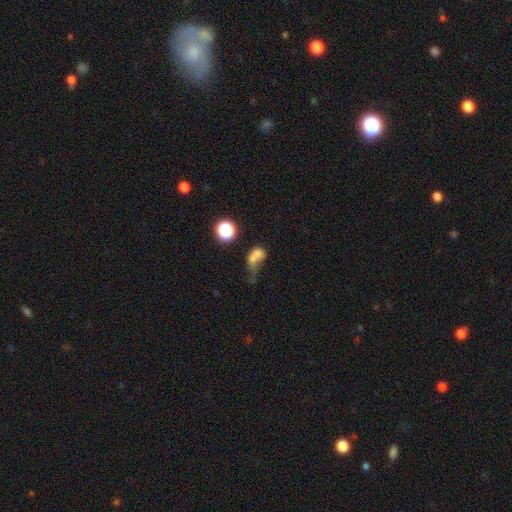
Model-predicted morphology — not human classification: Smooth or featured?
  - smooth: 65% *
  - featured or disk: 18%
  - star or artifact: 16%
How rounded?
  - in between: 58% *
  - round: 39%
  - cigar-shaped: 3%
Merging?
  - merger: 36% *
  - major disturbance: 29%
  - none: 20%
  - minor disturbance: 15%